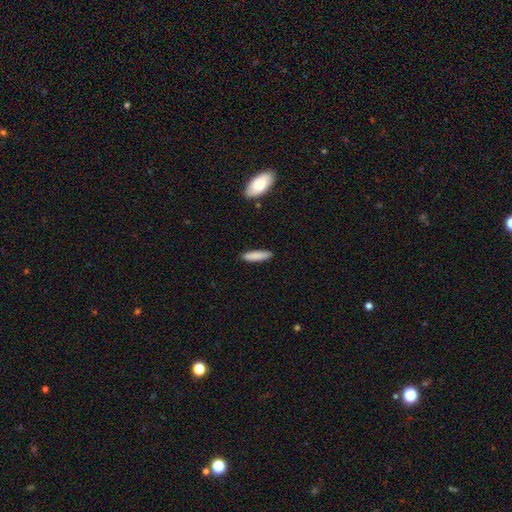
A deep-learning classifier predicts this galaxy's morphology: smooth 86%, featured or disk 8%, star or artifact 6%. Down the decision tree: how rounded — cigar-shaped (74%); merging — none (88%).